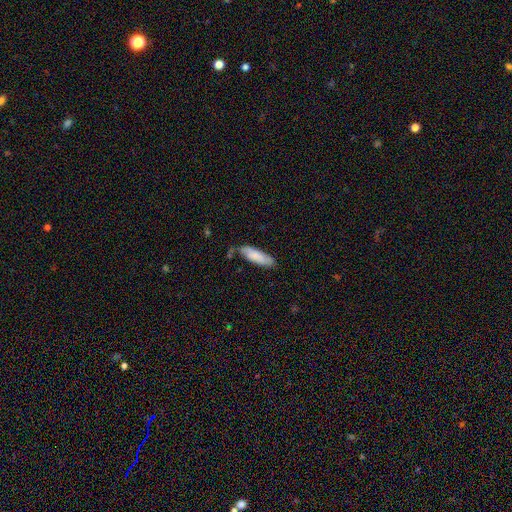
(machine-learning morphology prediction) smooth 78%, featured or disk 16%, star or artifact 6%. Down the decision tree: how rounded — cigar-shaped (51%); merging — none (66%).